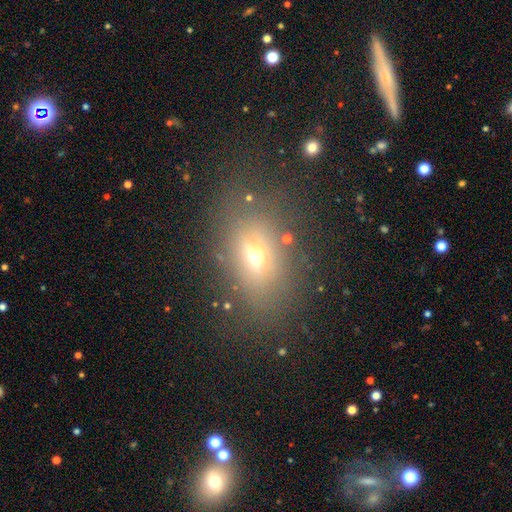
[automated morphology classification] A smooth galaxy with no disk features (59%) that is in between round and cigar-shaped (74%).

Vote fractions:
- Smooth or featured? smooth: 59% / star or artifact: 21% / featured or disk: 20%
- How rounded? in between: 74% / round: 21% / cigar-shaped: 5%
- Merging? none: 74% / minor disturbance: 15% / major disturbance: 8% / merger: 3%